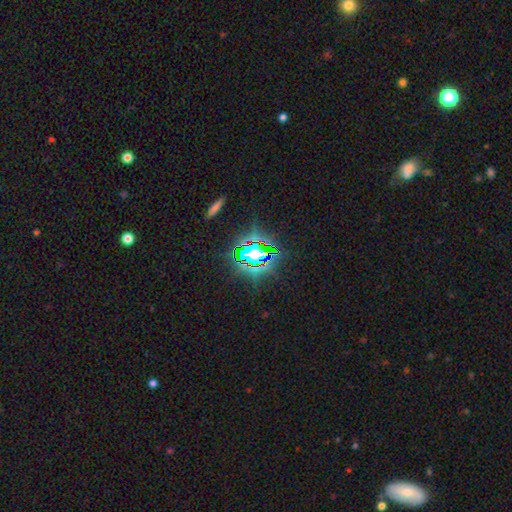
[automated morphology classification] star or artifact 76%, smooth 14%, featured or disk 11%.